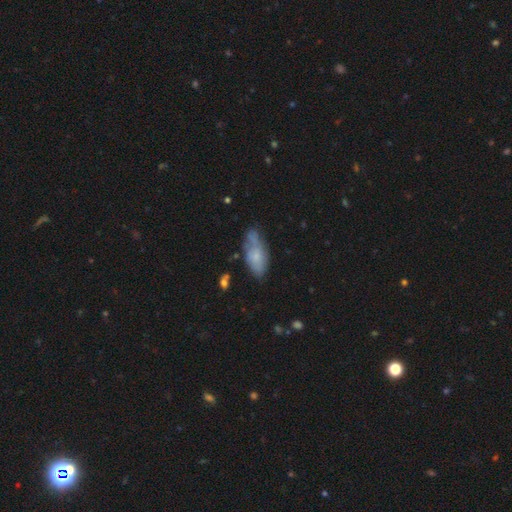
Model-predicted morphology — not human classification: A smooth galaxy with no disk features (61%) that is in between round and cigar-shaped (81%).

Vote fractions:
- Smooth or featured? smooth: 61% / featured or disk: 31% / star or artifact: 8%
- How rounded? in between: 81% / cigar-shaped: 16% / round: 3%
- Merging? none: 51% / minor disturbance: 30% / major disturbance: 10% / merger: 8%